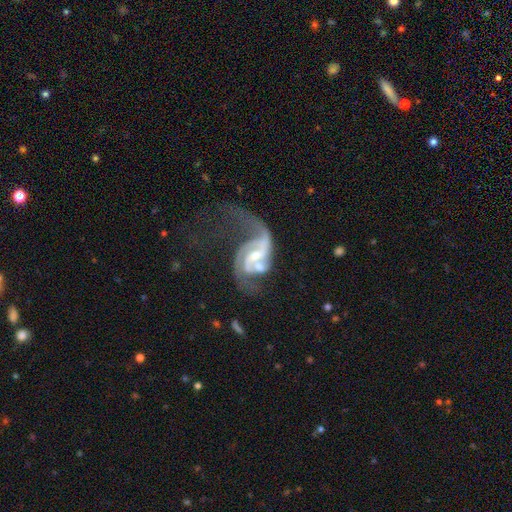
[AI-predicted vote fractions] Smooth or featured?
  - featured or disk: 88% *
  - smooth: 6%
  - star or artifact: 6%
Edge-on disk?
  - no: 98% *
  - yes: 2%
Bar?
  - weak: 46% *
  - no: 30%
  - strong: 24%
Spiral arms?
  - yes: 95% *
  - no: 5%
Spiral winding?
  - loose: 50% *
  - medium: 38%
  - tight: 13%
Spiral arm count?
  - 2: 63% *
  - 3: 11%
  - 1: 11%
  - can't tell: 9%
  - 4: 3%
  - more than 4: 3%
Bulge size?
  - small: 47% *
  - moderate: 42%
  - none: 6%
  - large: 4%
  - dominant: 1%
Merging?
  - major disturbance: 40% *
  - merger: 28%
  - none: 21%
  - minor disturbance: 11%